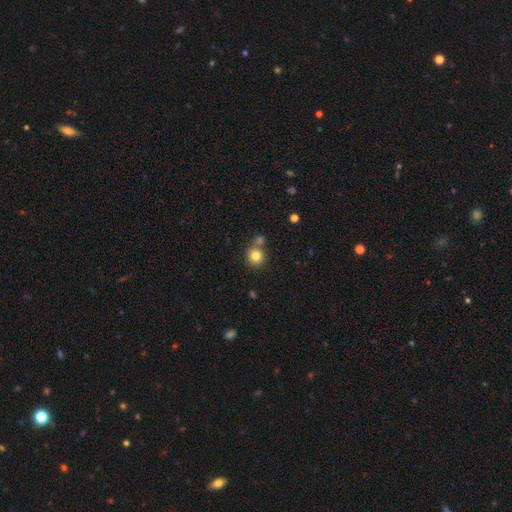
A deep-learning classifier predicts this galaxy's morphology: A smooth galaxy with no disk features (81%) that is round (87%). Merging: none (64%).